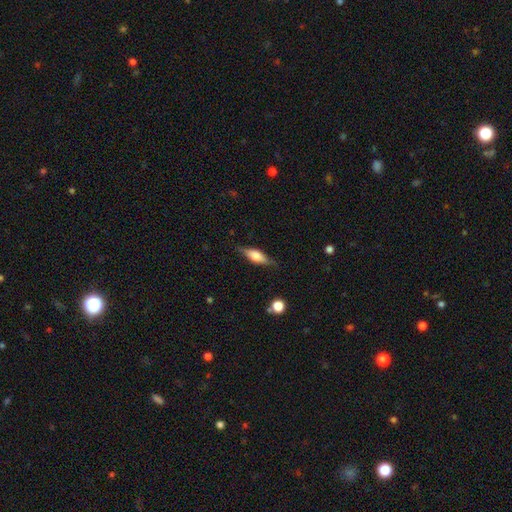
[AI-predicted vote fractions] smooth_or_featured: featured or disk (p=0.48) [alt: smooth p=0.45]
merging: none (p=0.81) [alt: minor disturbance p=0.14]